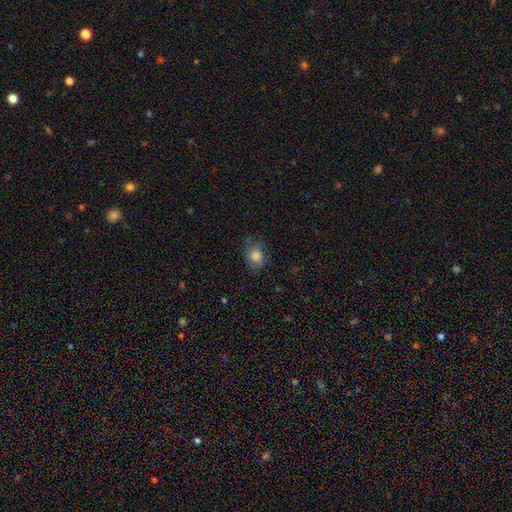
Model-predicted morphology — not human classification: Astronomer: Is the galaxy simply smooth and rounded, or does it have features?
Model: smooth — 82%.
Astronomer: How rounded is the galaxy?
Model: in between — 55% (runner-up: round, 43%).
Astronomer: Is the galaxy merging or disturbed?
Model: none — 70%.